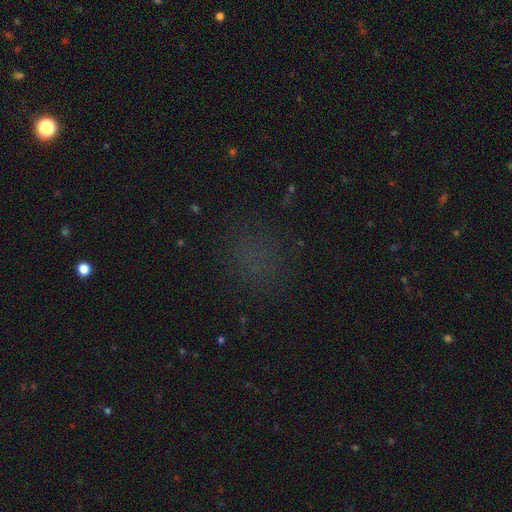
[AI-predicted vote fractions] A smooth galaxy with no disk features (49%). Merging: none (81%).